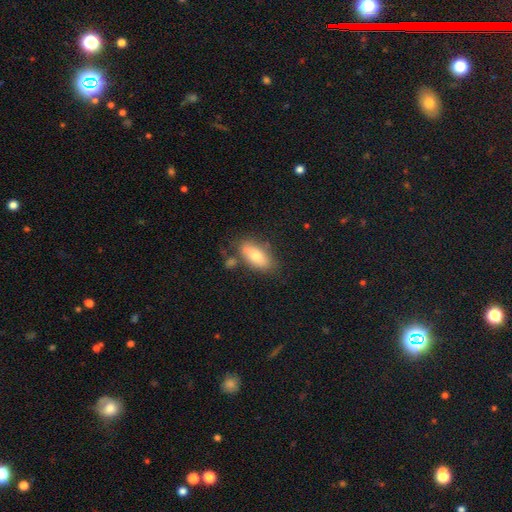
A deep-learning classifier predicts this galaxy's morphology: The model was most divided on "merging": none: 69%, minor disturbance: 17%, merger: 9%, major disturbance: 5%. More confident: how rounded — in between (89%); smooth or featured — smooth (73%).